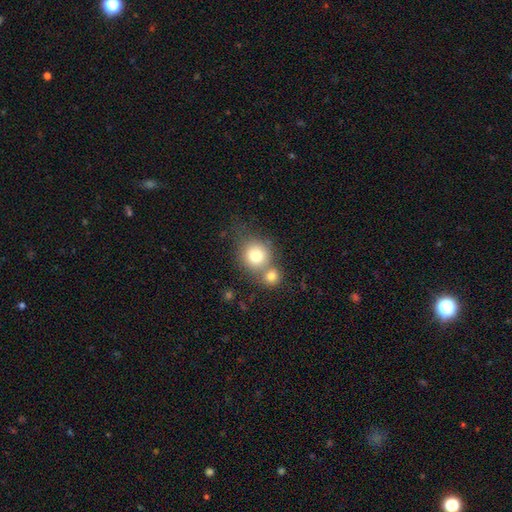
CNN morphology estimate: smooth-or-featured: smooth: 76% | featured or disk: 13% | star or artifact: 10%
  how-rounded: round: 85% | in between: 14% | cigar-shaped: 1%
  merging: merger: 46% | none: 42% | minor disturbance: 9% | major disturbance: 4%